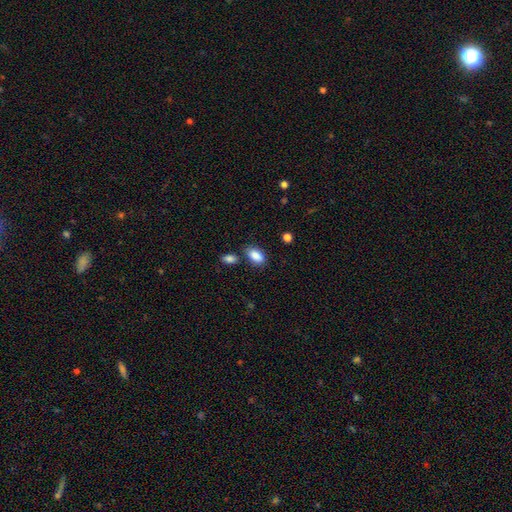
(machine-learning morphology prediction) smooth-or-featured: smooth: 88% | star or artifact: 7% | featured or disk: 5%
  how-rounded: in between: 92% | round: 6% | cigar-shaped: 2%
  merging: none: 76% | minor disturbance: 12% | merger: 8% | major disturbance: 3%